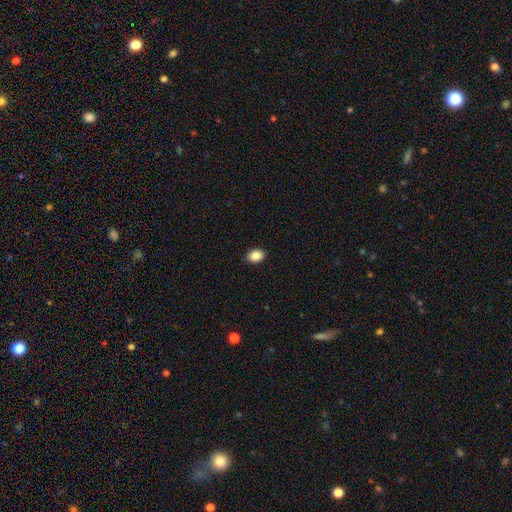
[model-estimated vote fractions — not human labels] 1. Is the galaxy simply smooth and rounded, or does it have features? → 88% smooth, 9% star or artifact, 4% featured or disk.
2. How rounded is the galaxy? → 72% in between, 27% round, 1% cigar-shaped.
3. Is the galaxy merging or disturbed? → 89% none, 8% minor disturbance, 2% major disturbance, 1% merger.